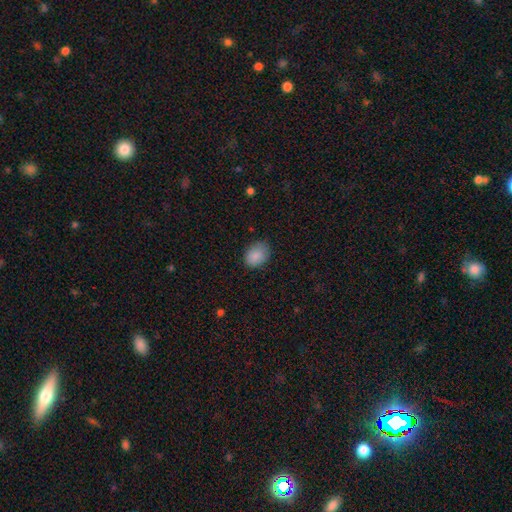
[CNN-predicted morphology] smooth_or_featured: smooth (p=0.86) [alt: star or artifact p=0.08]
how_rounded: in between (p=0.68) [alt: round p=0.31]
merging: none (p=0.76) [alt: minor disturbance p=0.19]